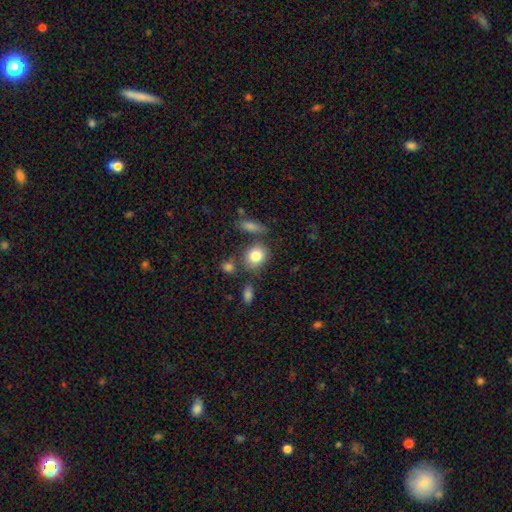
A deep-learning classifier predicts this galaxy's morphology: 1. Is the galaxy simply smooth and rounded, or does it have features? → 82% smooth, 10% featured or disk, 9% star or artifact.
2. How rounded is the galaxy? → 56% round, 43% in between, 2% cigar-shaped.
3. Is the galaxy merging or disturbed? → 70% none, 15% minor disturbance, 11% merger, 5% major disturbance.